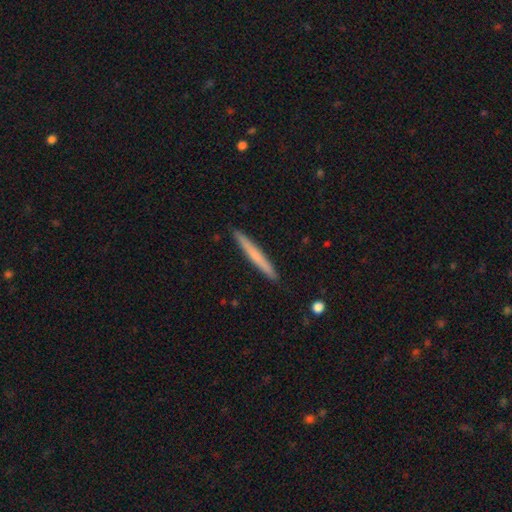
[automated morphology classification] A smooth galaxy with no disk features (62%) that is cigar-shaped (97%). Merging: none (92%).